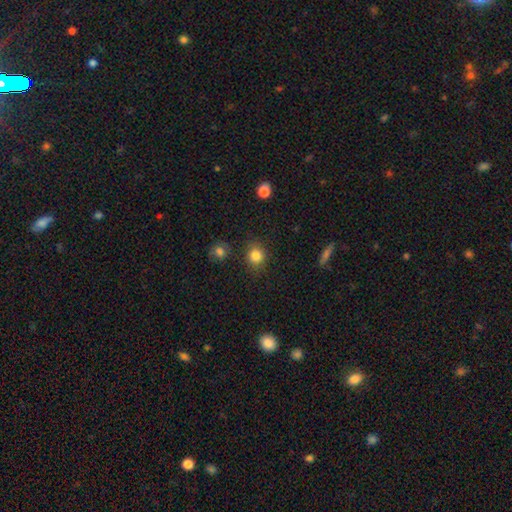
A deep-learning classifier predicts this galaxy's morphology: smooth_or_featured: smooth (p=0.84) [alt: star or artifact p=0.11]
how_rounded: round (p=0.88) [alt: in between p=0.11]
merging: none (p=0.84) [alt: minor disturbance p=0.09]